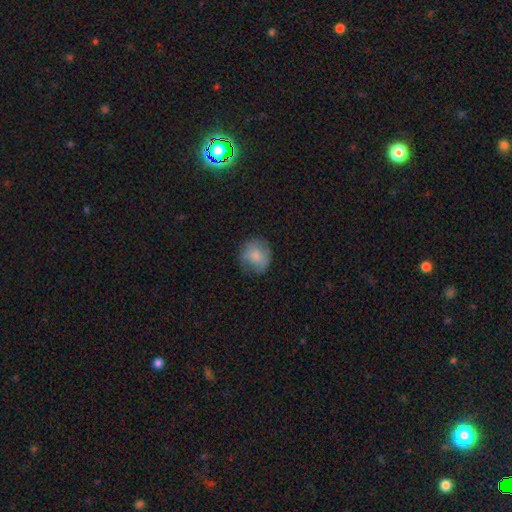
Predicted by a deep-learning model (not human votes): Q: Smooth or featured?
A: smooth (78%); runner-up: featured or disk (15%)
Q: How rounded?
A: round (82%); runner-up: in between (17%)
Q: Merging?
A: none (72%); runner-up: minor disturbance (21%)